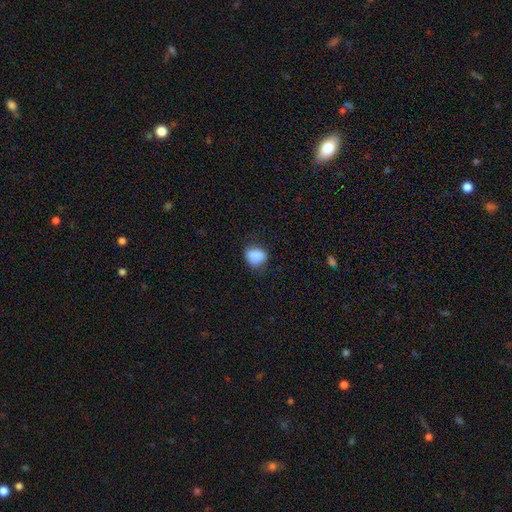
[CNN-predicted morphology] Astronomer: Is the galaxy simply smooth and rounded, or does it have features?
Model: smooth — 86%.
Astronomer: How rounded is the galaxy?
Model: in between — 60% (runner-up: round, 39%).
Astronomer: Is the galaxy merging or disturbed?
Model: none — 69%.